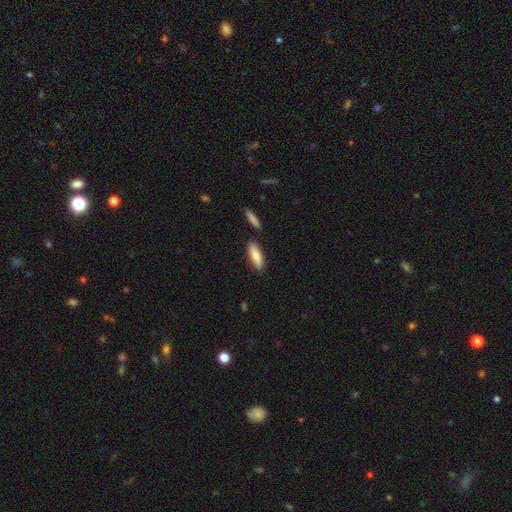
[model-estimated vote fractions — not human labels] A smooth galaxy with no disk features (82%) that is in between round and cigar-shaped (61%). Merging: none (80%).